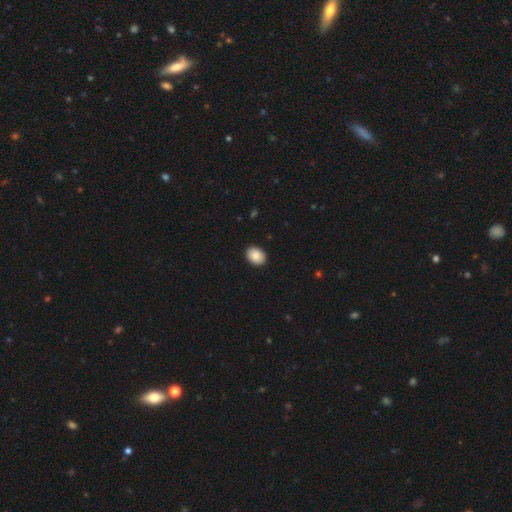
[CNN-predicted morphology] Overall: smooth (87%). How rounded: in between (67%; round 33%). Merging: none (91%).